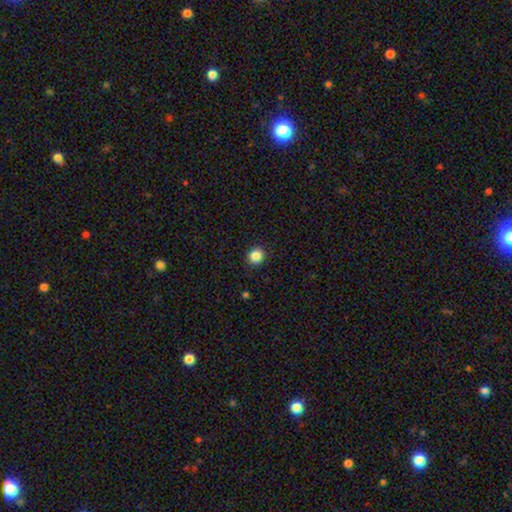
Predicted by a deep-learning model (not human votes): smooth 87%, star or artifact 10%, featured or disk 3%. Down the decision tree: how rounded — round (86%); merging — none (91%).